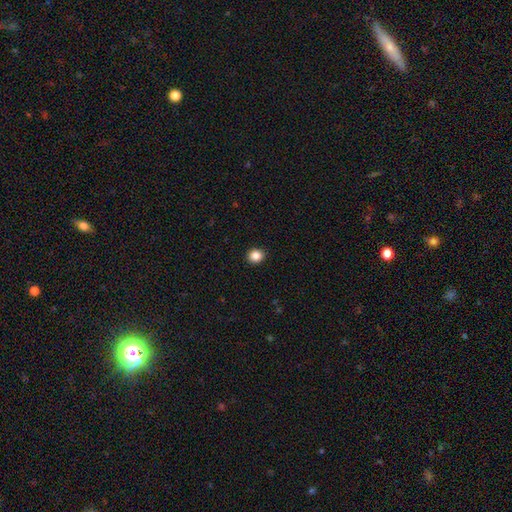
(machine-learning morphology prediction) The model was most divided on "how rounded": round: 77%, in between: 22%, cigar-shaped: 1%. More confident: merging — none (92%); smooth or featured — smooth (87%).